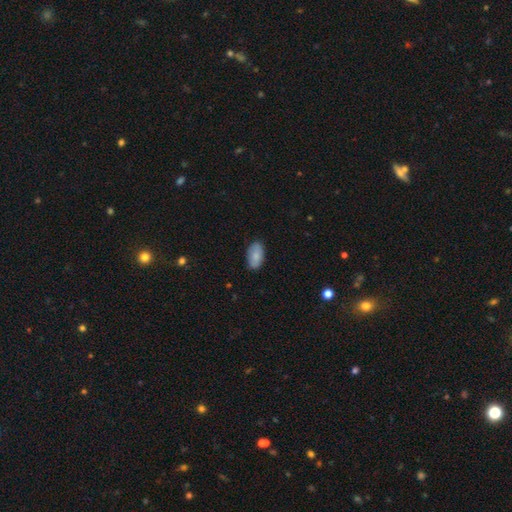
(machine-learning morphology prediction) Overall: smooth (82%). How rounded: in between (94%). Merging: none (85%).